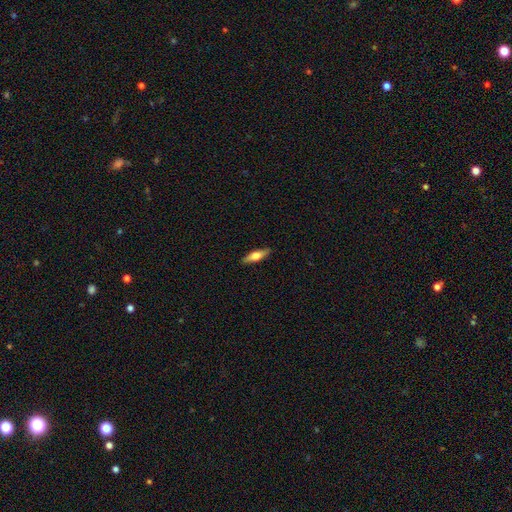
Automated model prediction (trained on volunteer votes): A smooth galaxy with no disk features (58%) that is cigar-shaped (54%).

Vote fractions:
- Smooth or featured? smooth: 58% / featured or disk: 36% / star or artifact: 6%
- How rounded? cigar-shaped: 54% / in between: 43% / round: 2%
- Merging? none: 89% / minor disturbance: 8% / major disturbance: 2% / merger: 1%